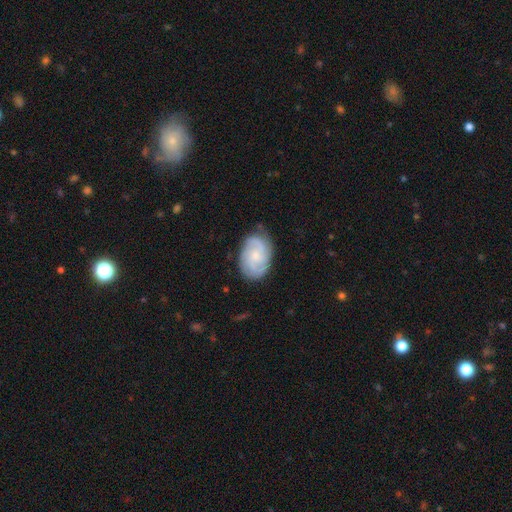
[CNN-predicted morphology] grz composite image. It shows a featured or disk galaxy (73%) with no bar (68%), 3 (32%) tight (49%) spiral arms (94%) and a small central bulge (57%). Merging: none (76%).